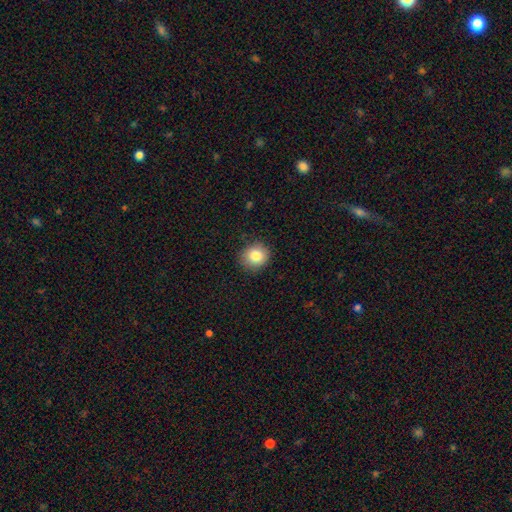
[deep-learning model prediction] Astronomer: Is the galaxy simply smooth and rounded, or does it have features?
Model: smooth — 84%.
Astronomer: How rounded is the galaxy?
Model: round — 83%.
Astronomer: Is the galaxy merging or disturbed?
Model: none — 87%.